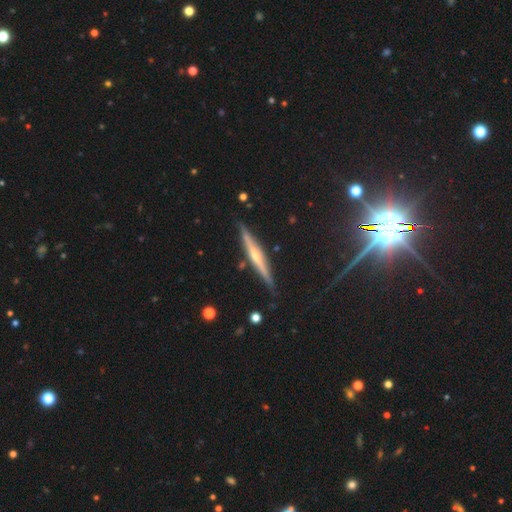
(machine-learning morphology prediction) featured or disk 71%, smooth 21%, star or artifact 8%. Down the decision tree: edge-on disk — yes (97%); edge-on bulge — rounded (65%); merging — none (86%).